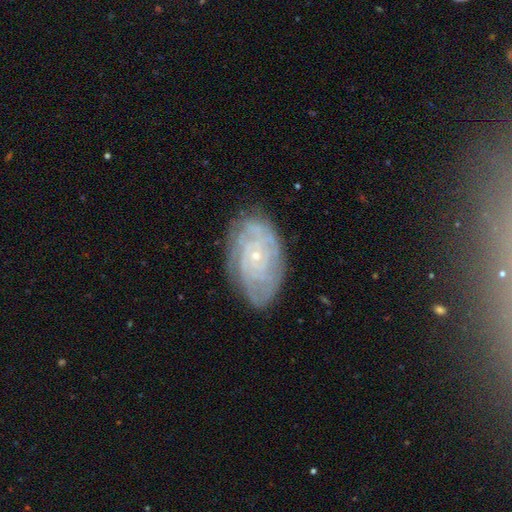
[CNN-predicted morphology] Smooth or featured? featured or disk (81%)
Edge-on disk? no (96%)
Bar? no (81%)
Spiral arms? yes (93%)
Spiral winding? tight (79%)
Spiral arm count? can't tell (41%)
Bulge size? small (85%)
Merging? none (78%)